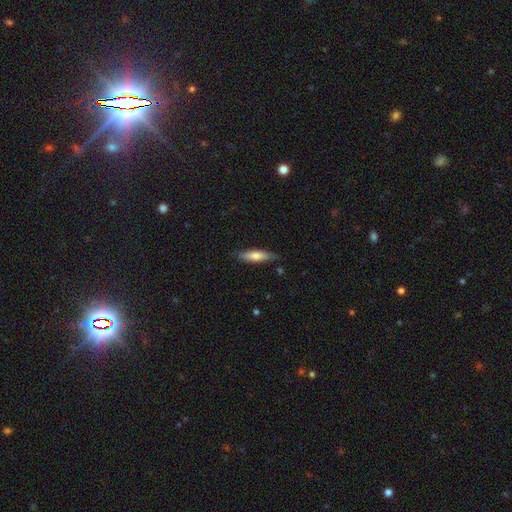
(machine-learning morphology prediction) This is likely a smooth galaxy (67%). How rounded: likely cigar-shaped (66%). Merging: clearly none (80%).